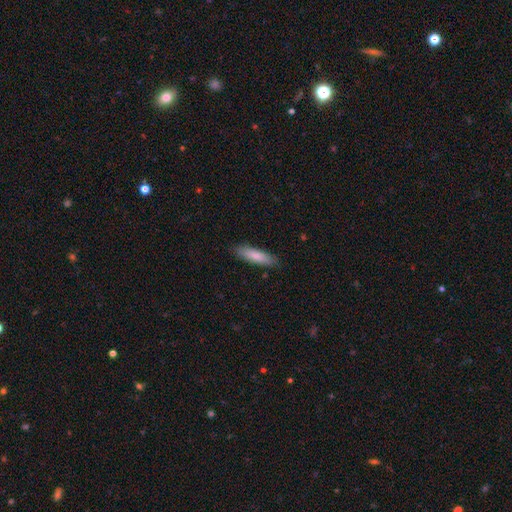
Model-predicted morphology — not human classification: A smooth galaxy with no disk features (83%) that is cigar-shaped (65%). Merging: none (87%).